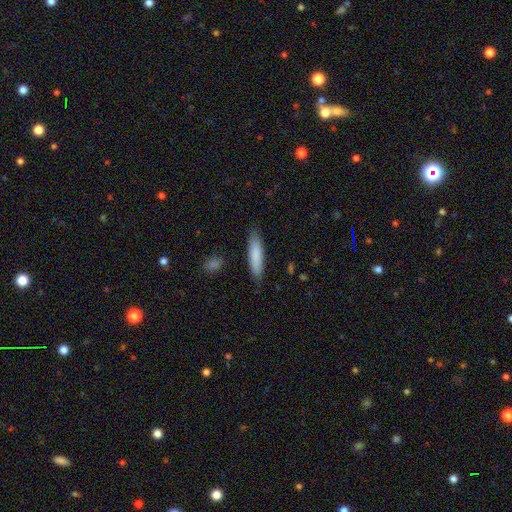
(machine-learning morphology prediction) Smooth or featured?
  - smooth: 83% *
  - featured or disk: 11%
  - star or artifact: 6%
How rounded?
  - cigar-shaped: 77% *
  - in between: 21%
  - round: 1%
Merging?
  - none: 85% *
  - minor disturbance: 11%
  - major disturbance: 2%
  - merger: 2%